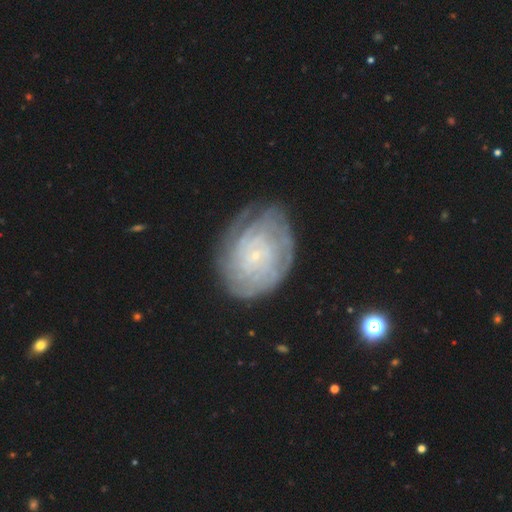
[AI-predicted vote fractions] Overall: featured or disk (77%). Edge-on disk: no (97%). Bar: no (77%). Spiral arms: yes (91%). Spiral arm count: can't tell (47%; 4 15%). Spiral winding: tight (78%). Bulge size: small (89%). Merging: none (72%).